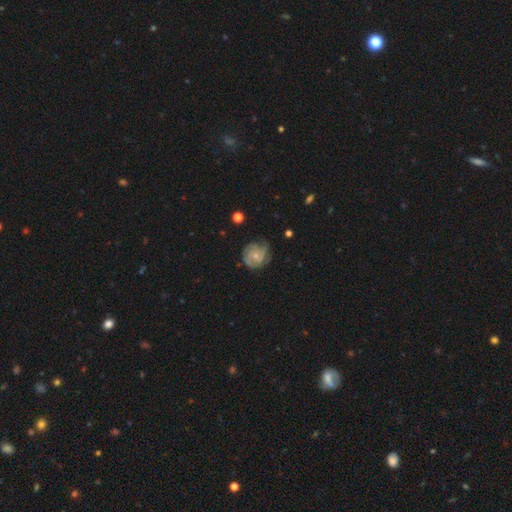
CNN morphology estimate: type=featured or disk (79%); edge-on=no (98%); bar=no (76%); spiral arms=yes (95%); winding=tight (62%); arm count=3 (36%); bulge=small (64%); merging=none (70%).